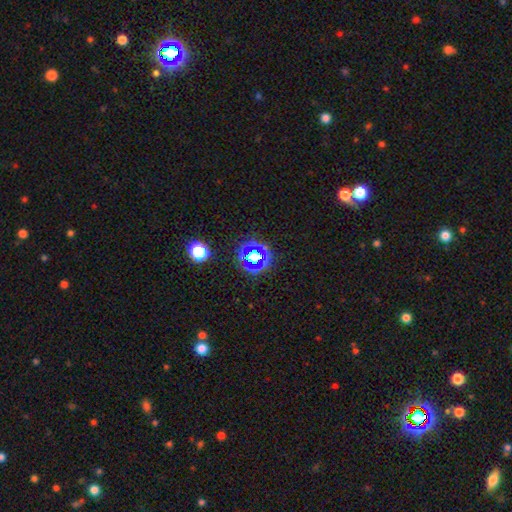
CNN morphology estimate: Smooth or featured? star or artifact (61%)